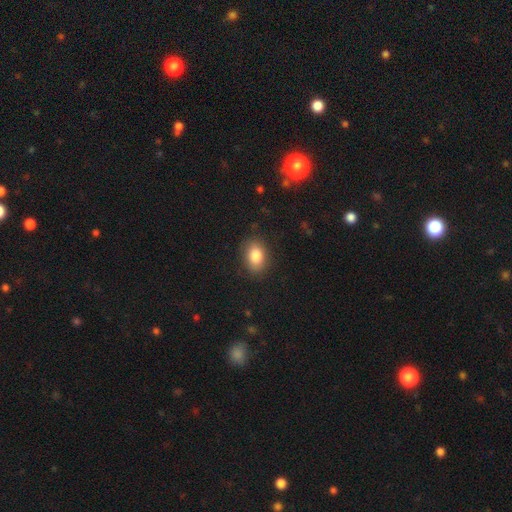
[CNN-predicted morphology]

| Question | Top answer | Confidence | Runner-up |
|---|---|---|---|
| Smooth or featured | smooth | 84% | star or artifact (8%) |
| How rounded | in between | 82% | round (17%) |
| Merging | none | 85% | minor disturbance (11%) |